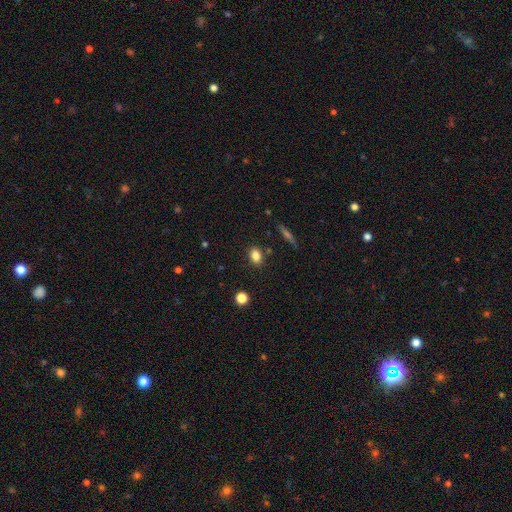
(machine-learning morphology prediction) The model was most divided on "how rounded": in between: 75%, round: 21%, cigar-shaped: 3%. More confident: merging — none (85%); smooth or featured — smooth (83%).